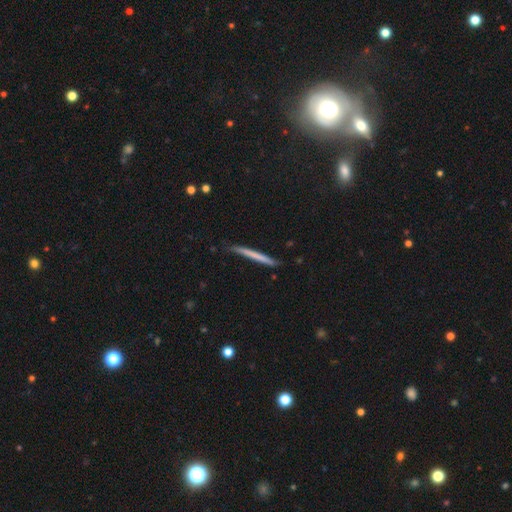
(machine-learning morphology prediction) smooth 62%, featured or disk 32%, star or artifact 6%. Down the decision tree: how rounded — cigar-shaped (97%); merging — none (85%).